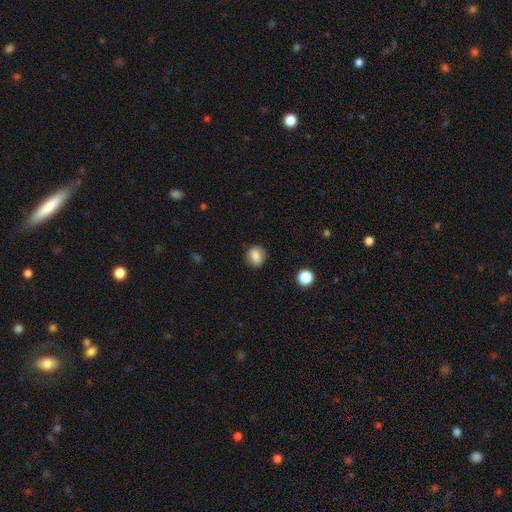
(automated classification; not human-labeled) This appears to be a smooth galaxy with no disk features (81%) that is round (65%). Merging: none (84%).